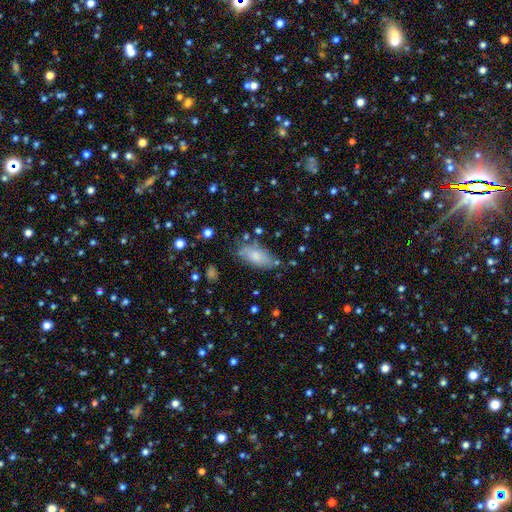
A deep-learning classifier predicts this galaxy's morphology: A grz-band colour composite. It shows a smooth galaxy with no disk features (80%) that is in between round and cigar-shaped (91%). Merging: none (68%).